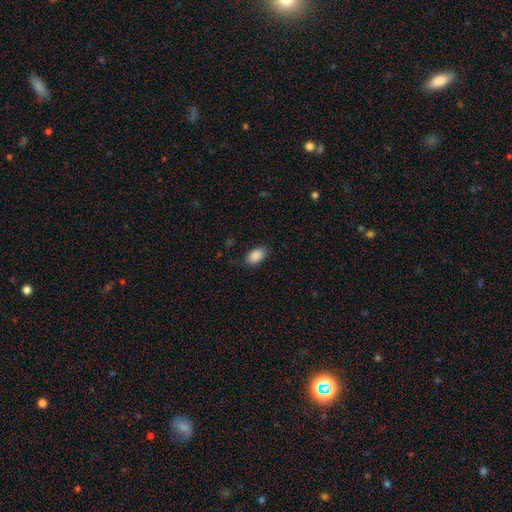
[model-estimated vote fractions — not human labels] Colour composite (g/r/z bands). It shows a smooth galaxy with no disk features (89%) that is in between round and cigar-shaped (91%). Merging: none (80%).